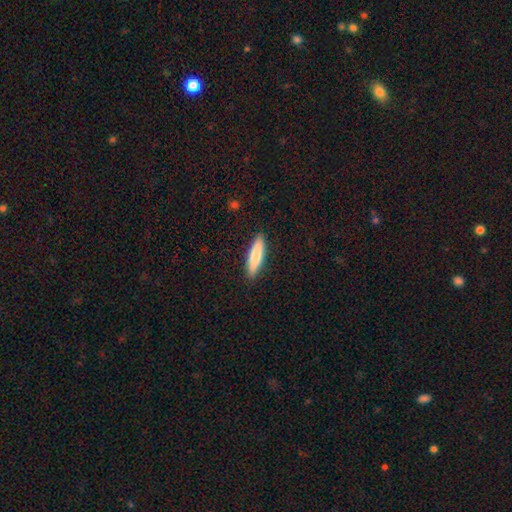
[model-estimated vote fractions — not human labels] Morphology: type=smooth (78%); roundness=cigar-shaped (76%); merging=none (90%).